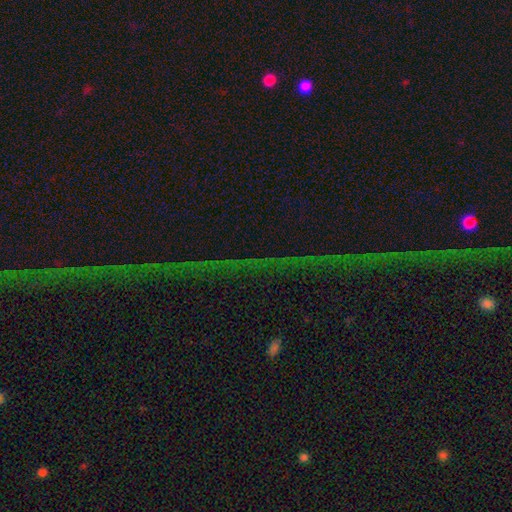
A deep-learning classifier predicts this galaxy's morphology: The model was most divided on "smooth or featured": star or artifact: 75%, featured or disk: 14%, smooth: 11%.